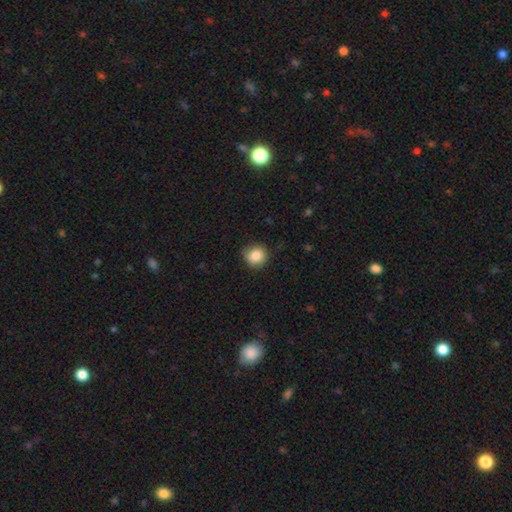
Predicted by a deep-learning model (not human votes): Overall: smooth (86%). How rounded: round (87%). Merging: none (84%).